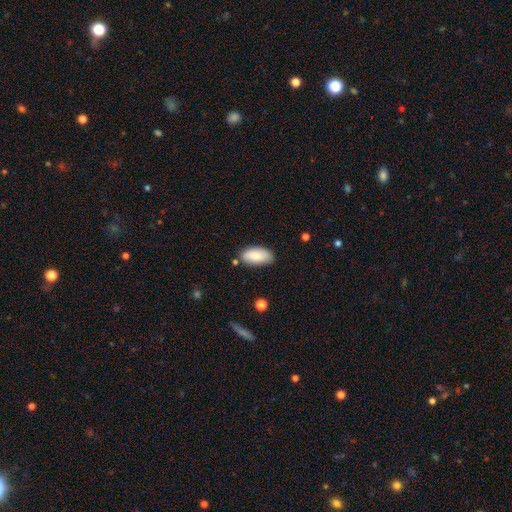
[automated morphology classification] A smooth galaxy with no disk features (86%) that is in between round and cigar-shaped (93%). Merging: none (79%).